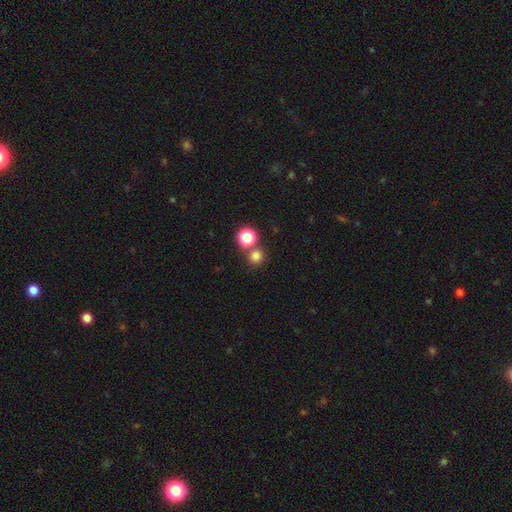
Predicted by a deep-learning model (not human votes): A smooth galaxy with no disk features (78%) that is round (92%). Merging: none (69%).